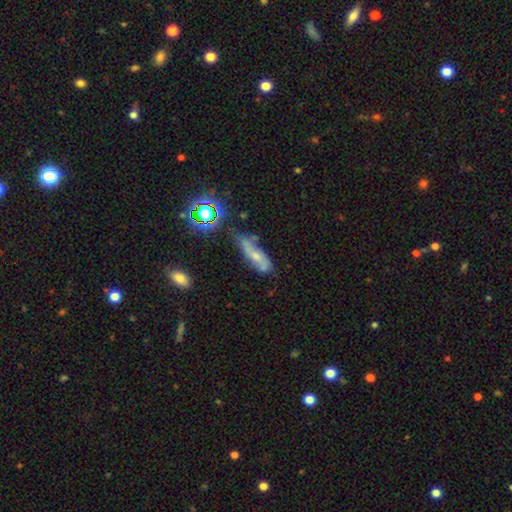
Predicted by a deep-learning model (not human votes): smooth_or_featured: featured or disk (p=0.46) [alt: smooth p=0.39]
merging: none (p=0.50) [alt: minor disturbance p=0.28]